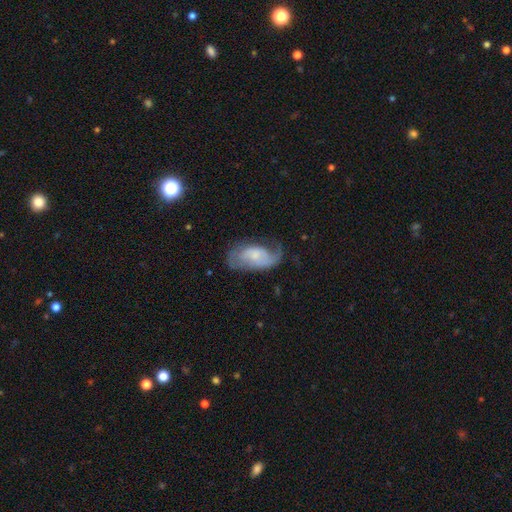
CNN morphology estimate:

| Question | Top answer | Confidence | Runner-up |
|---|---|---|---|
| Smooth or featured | featured or disk | 64% | smooth (29%) |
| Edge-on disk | no | 95% | yes (5%) |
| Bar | no | 62% | weak (32%) |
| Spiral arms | yes | 85% | no (15%) |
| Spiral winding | medium | 41% | loose (35%) |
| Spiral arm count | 2 | 49% | 1 (31%) |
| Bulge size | small | 47% | moderate (30%) |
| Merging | none | 44% | minor disturbance (27%) |